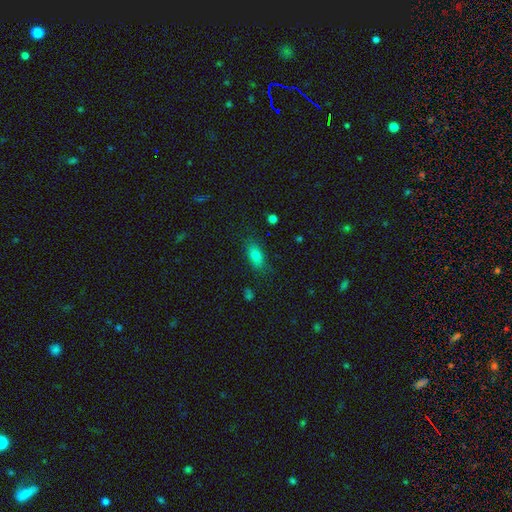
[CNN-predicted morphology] Overall: smooth (79%). How rounded: in between (82%). Merging: none (79%).